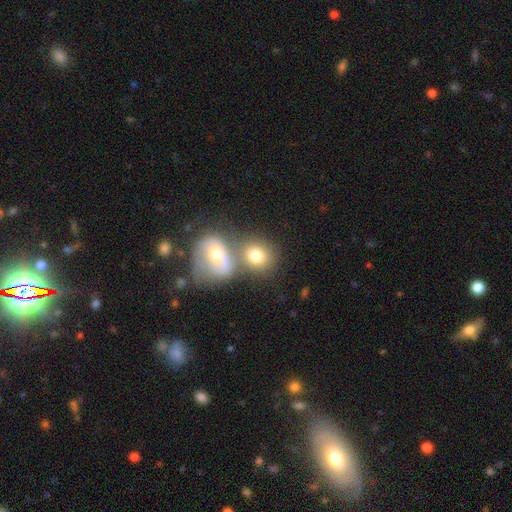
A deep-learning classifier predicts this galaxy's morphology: A smooth galaxy with no disk features (74%) that is round (67%).

Vote fractions:
- Smooth or featured? smooth: 74% / featured or disk: 16% / star or artifact: 10%
- How rounded? round: 67% / in between: 32% / cigar-shaped: 1%
- Merging? merger: 47% / none: 38% / minor disturbance: 9% / major disturbance: 5%